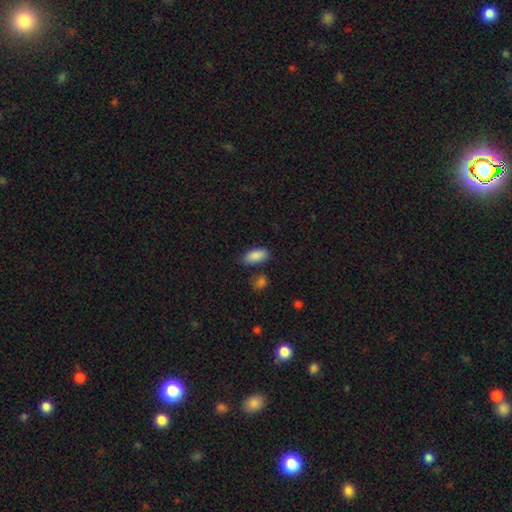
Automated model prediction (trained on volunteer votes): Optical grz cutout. It shows a smooth galaxy with no disk features (88%) that is in between round and cigar-shaped (90%). Merging: none (75%).